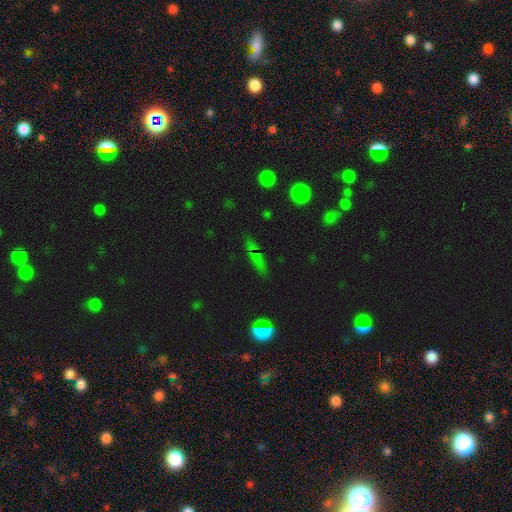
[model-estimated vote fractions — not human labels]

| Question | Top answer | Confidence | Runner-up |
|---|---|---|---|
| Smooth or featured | smooth | 47% | star or artifact (38%) |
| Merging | none | 79% | minor disturbance (12%) |